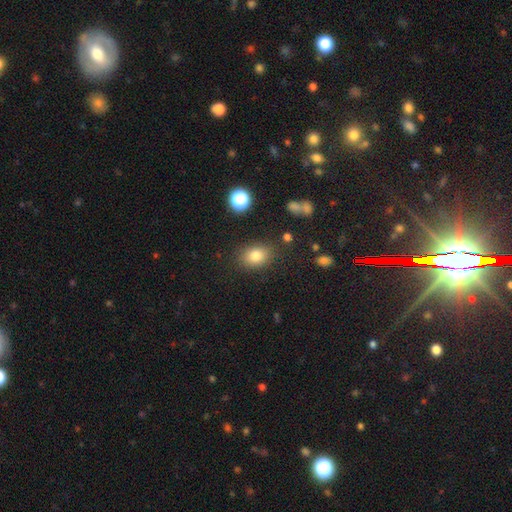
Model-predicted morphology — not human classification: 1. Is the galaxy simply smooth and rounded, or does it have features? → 80% smooth, 12% star or artifact, 8% featured or disk.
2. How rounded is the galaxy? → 65% in between, 33% round, 1% cigar-shaped.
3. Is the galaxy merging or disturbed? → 83% none, 11% minor disturbance, 4% major disturbance, 2% merger.